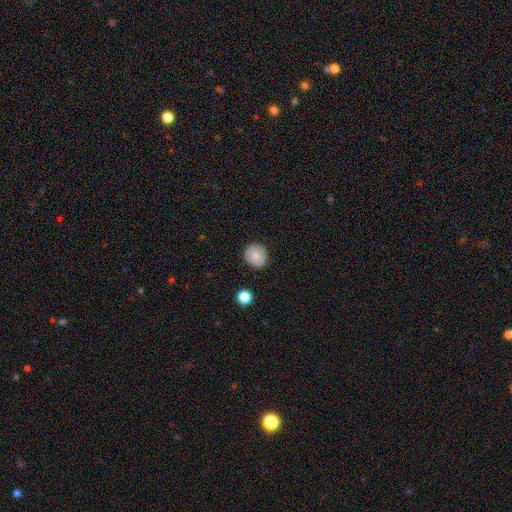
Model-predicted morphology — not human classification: Smooth or featured: smooth — 79% (featured or disk — 13%)
How rounded: round — 88% (in between — 11%)
Merging: none — 87% (minor disturbance — 10%)